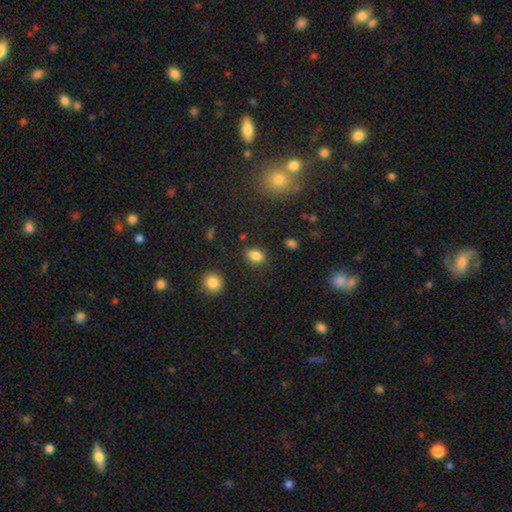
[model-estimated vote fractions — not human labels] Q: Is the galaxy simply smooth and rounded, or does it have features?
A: smooth — 84%.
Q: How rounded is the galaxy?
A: in between — 76%.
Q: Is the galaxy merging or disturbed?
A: none — 83%.